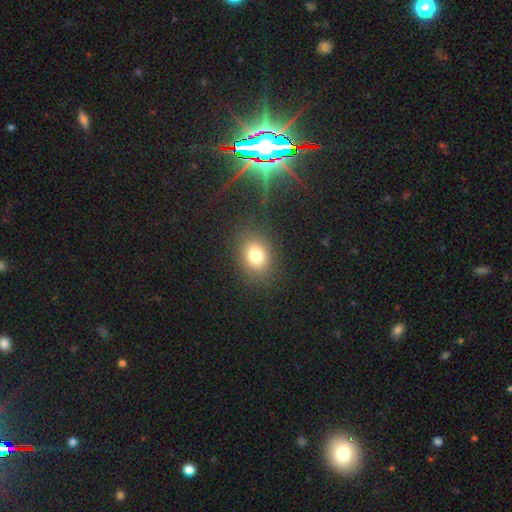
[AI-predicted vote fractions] A smooth galaxy with no disk features (77%) that is in between round and cigar-shaped (56%).

Vote fractions:
- Smooth or featured? smooth: 77% / star or artifact: 14% / featured or disk: 9%
- How rounded? in between: 56% / round: 43% / cigar-shaped: 1%
- Merging? none: 84% / minor disturbance: 10% / major disturbance: 5% / merger: 2%